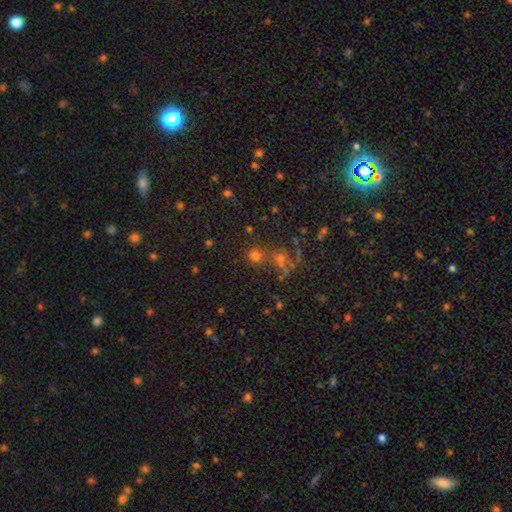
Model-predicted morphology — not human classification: A smooth galaxy with no disk features (58%) that is round (89%). Merging: none (66%).